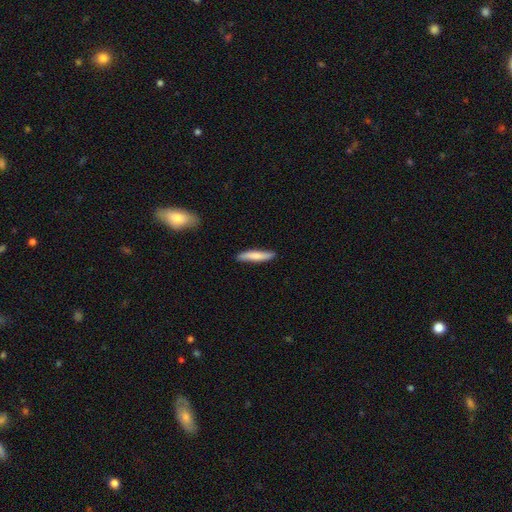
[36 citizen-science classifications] This appears to be a smooth galaxy with no disk features (72%) that is cigar-shaped (85%). Merging: none (86%).